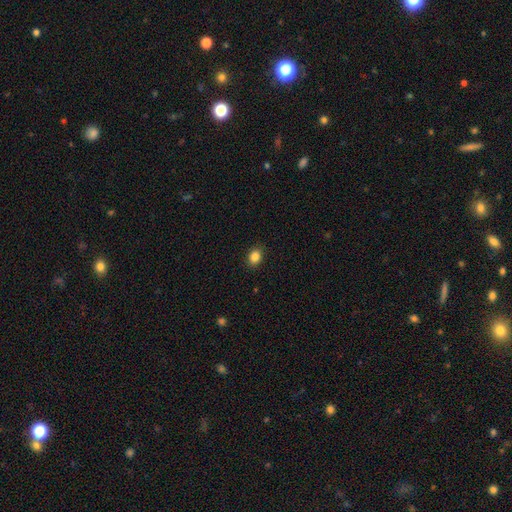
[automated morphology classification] This appears to be a smooth galaxy with no disk features (86%) that is in between round and cigar-shaped (51%). Merging: none (90%).